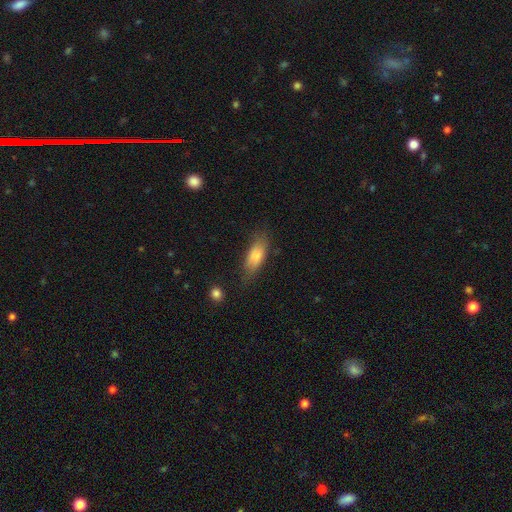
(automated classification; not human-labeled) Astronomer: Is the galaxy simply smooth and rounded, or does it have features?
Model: smooth — 80%.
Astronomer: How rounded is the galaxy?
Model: in between — 71%.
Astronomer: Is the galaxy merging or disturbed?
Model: none — 68%.